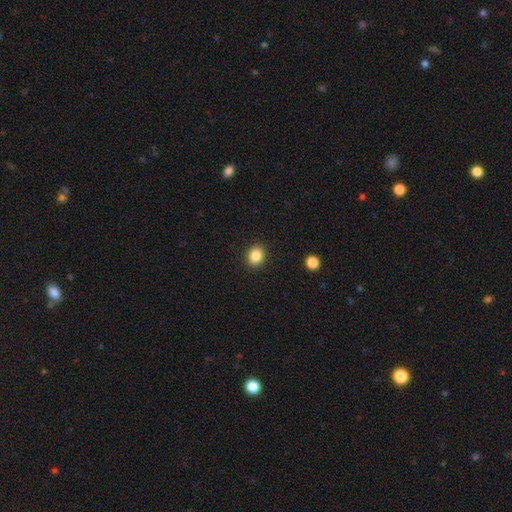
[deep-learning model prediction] A smooth galaxy with no disk features (86%) that is round (59%).

Vote fractions:
- Smooth or featured? smooth: 86% / star or artifact: 10% / featured or disk: 4%
- How rounded? round: 59% / in between: 40% / cigar-shaped: 1%
- Merging? none: 91% / minor disturbance: 6% / major disturbance: 2% / merger: 1%